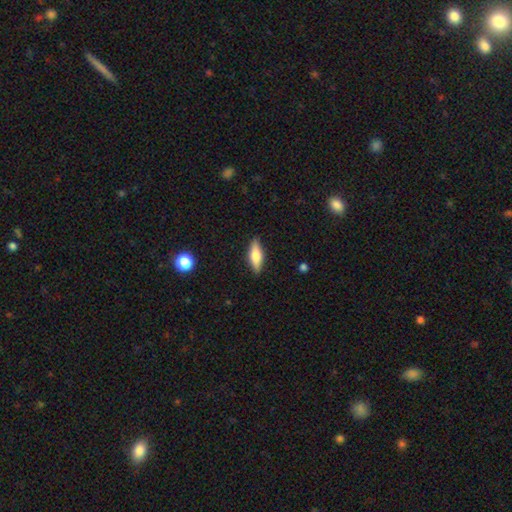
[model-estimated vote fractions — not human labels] Overall: smooth (59%; featured or disk 34%). How rounded: in between (54%; cigar-shaped 43%). Merging: none (88%).